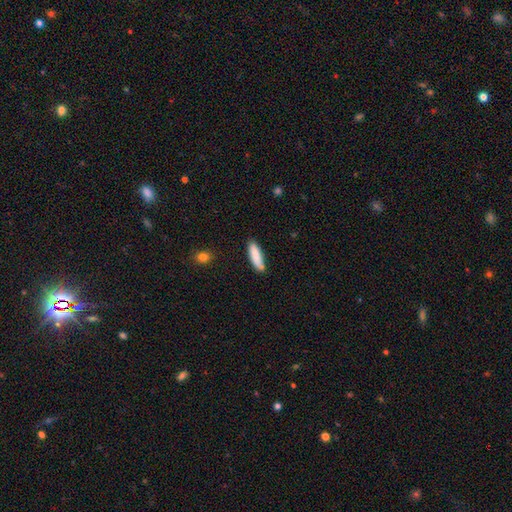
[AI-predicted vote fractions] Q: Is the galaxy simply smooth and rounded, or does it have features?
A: smooth — 85%.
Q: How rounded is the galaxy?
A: cigar-shaped — 64%.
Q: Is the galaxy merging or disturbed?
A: none — 76%.